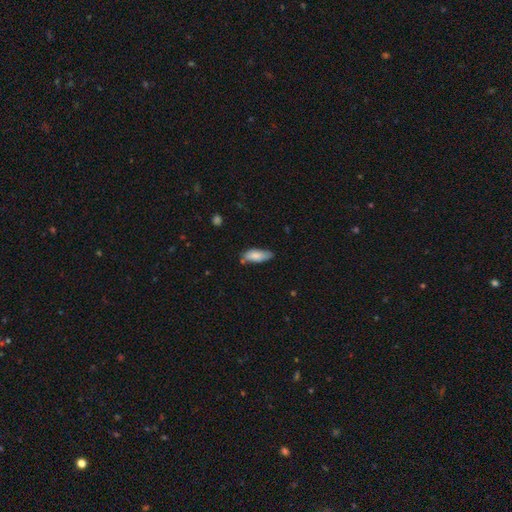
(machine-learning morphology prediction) A smooth galaxy with no disk features (82%) that is in between round and cigar-shaped (75%). Merging: none (62%).